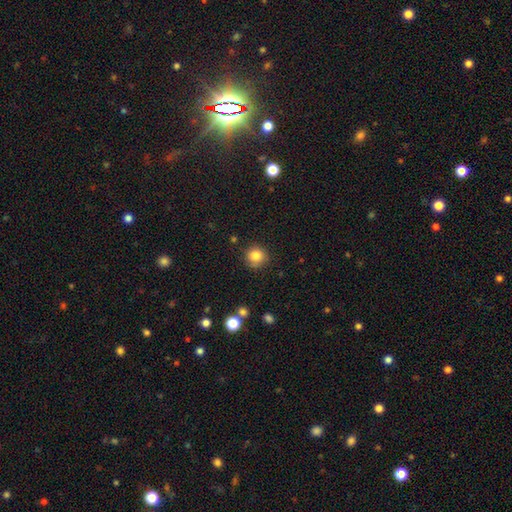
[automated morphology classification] Overall: smooth (84%). How rounded: round (92%). Merging: none (87%).